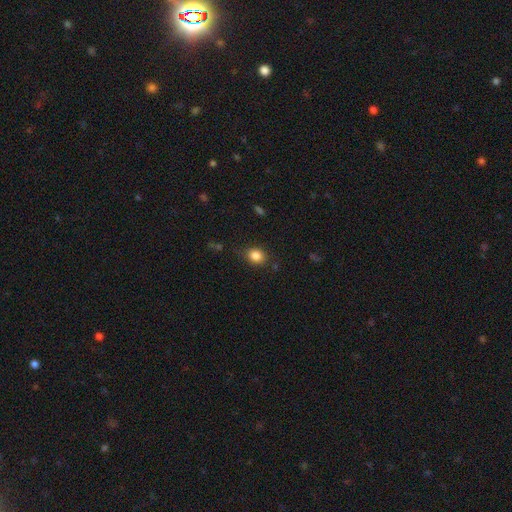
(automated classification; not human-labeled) Q: Smooth or featured?
A: smooth (84%); runner-up: star or artifact (10%)
Q: How rounded?
A: round (59%); runner-up: in between (40%)
Q: Merging?
A: none (78%); runner-up: minor disturbance (15%)